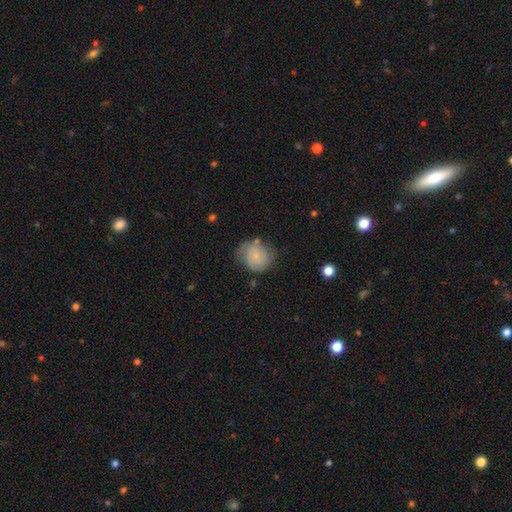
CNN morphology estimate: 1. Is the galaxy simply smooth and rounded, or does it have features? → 62% smooth, 30% featured or disk, 8% star or artifact.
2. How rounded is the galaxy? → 76% round, 23% in between, 1% cigar-shaped.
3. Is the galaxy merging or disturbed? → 53% none, 31% minor disturbance, 12% major disturbance, 4% merger.